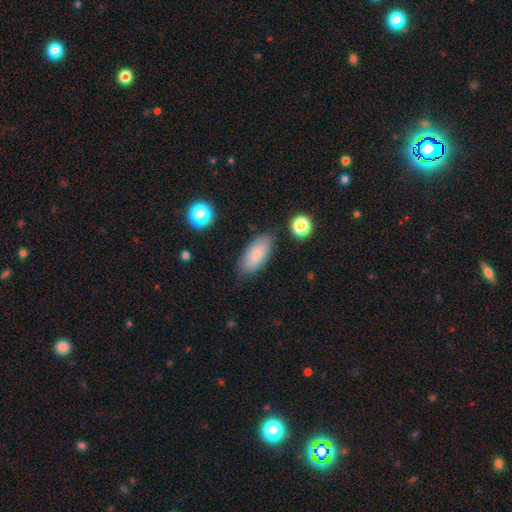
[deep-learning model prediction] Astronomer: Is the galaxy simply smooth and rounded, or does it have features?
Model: smooth — 83%.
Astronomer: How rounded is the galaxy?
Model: in between — 88%.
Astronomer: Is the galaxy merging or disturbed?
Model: none — 80%.